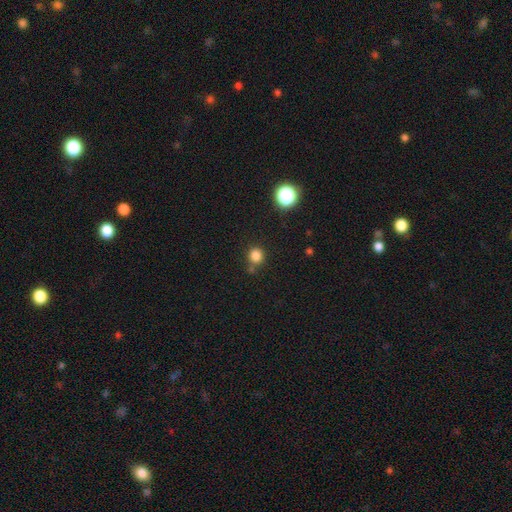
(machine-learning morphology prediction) Smooth or featured? Predicted: smooth (p=0.81). How rounded? Predicted: round (p=0.89). Merging? Predicted: none (p=0.75).